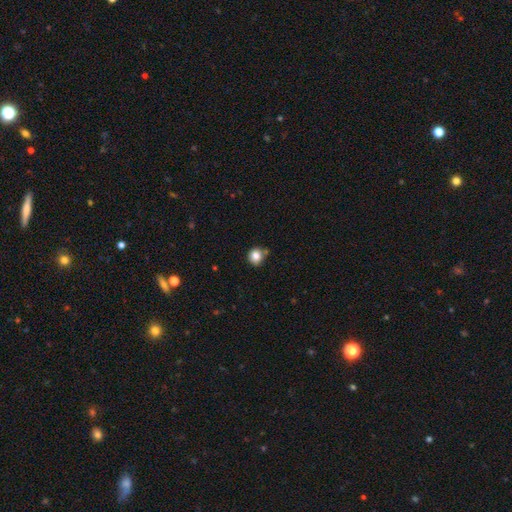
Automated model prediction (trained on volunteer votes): A smooth galaxy with no disk features (83%) that is round (84%).

Vote fractions:
- Smooth or featured? smooth: 83% / star or artifact: 11% / featured or disk: 6%
- How rounded? round: 84% / in between: 15% / cigar-shaped: 1%
- Merging? none: 69% / minor disturbance: 19% / merger: 8% / major disturbance: 4%